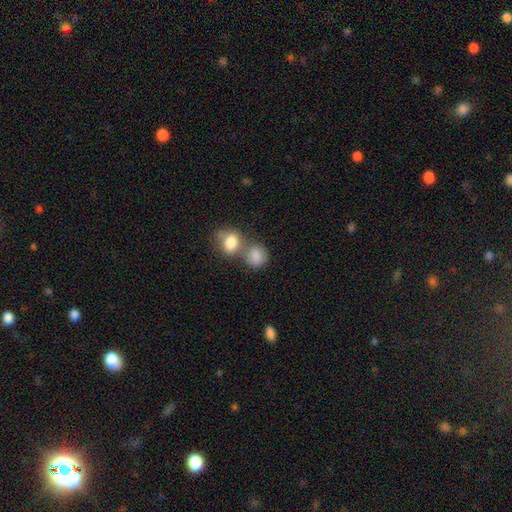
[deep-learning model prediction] The model was most divided on "merging": merger: 51%, none: 35%, minor disturbance: 10%, major disturbance: 5%. More confident: smooth or featured — smooth (84%); how rounded — round (63%).